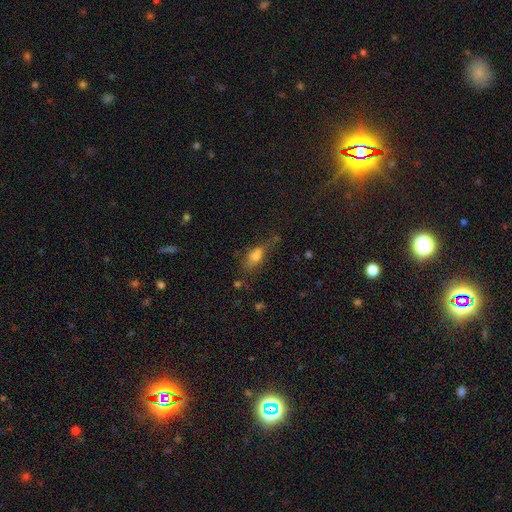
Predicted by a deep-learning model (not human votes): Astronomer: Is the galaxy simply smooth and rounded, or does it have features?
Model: smooth — 66%.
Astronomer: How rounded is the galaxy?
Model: in between — 69%.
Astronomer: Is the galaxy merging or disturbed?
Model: none — 45% (runner-up: minor disturbance, 26%).